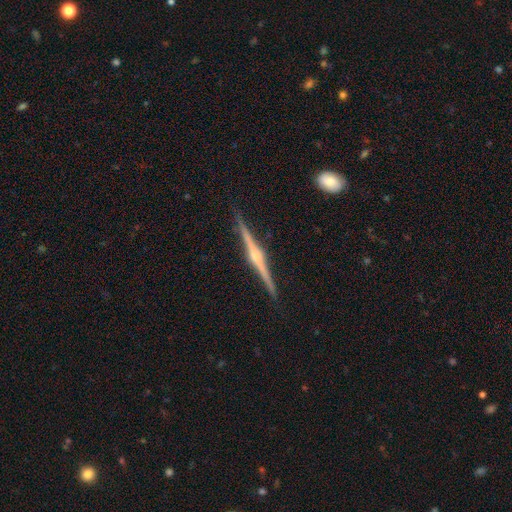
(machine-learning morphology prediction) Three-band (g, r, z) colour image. It shows a featured or disk galaxy (87%) viewed edge-on (99%) with a rounded central bulge (87%). Merging: none (91%).